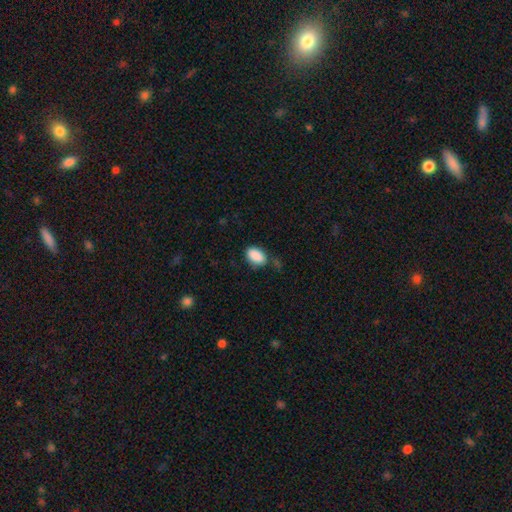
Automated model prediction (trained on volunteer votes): Q: Smooth or featured?
A: smooth (89%); runner-up: star or artifact (8%)
Q: How rounded?
A: in between (91%); runner-up: round (7%)
Q: Merging?
A: none (64%); runner-up: minor disturbance (24%)